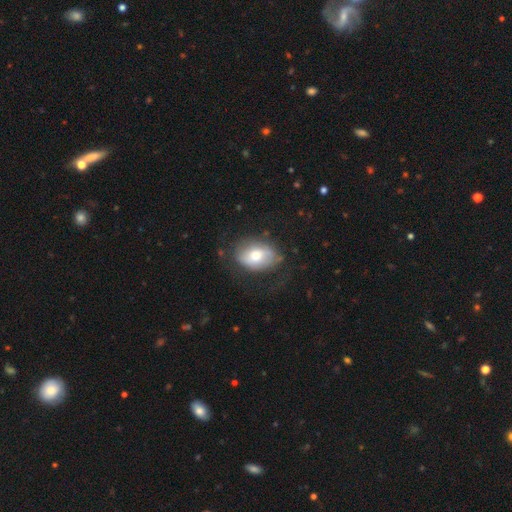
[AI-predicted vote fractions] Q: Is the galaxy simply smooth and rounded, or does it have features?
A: smooth — 60%.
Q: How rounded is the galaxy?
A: in between — 79%.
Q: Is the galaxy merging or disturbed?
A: none — 64%.